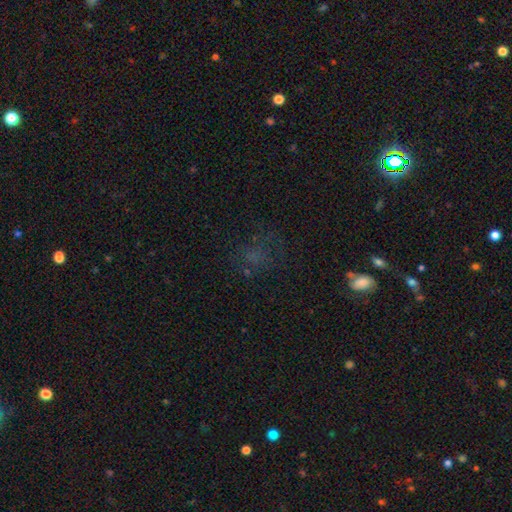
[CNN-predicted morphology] Smooth or featured?
  - smooth: 42% *
  - star or artifact: 40%
  - featured or disk: 18%
Merging?
  - none: 63% *
  - major disturbance: 16%
  - minor disturbance: 16%
  - merger: 4%